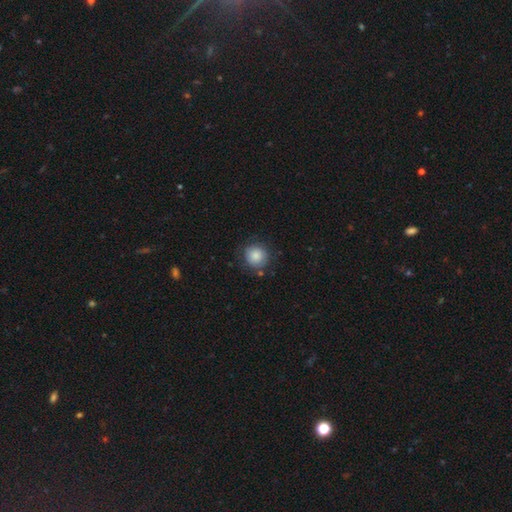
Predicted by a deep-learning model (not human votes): This is clearly a smooth galaxy (84%). How rounded: clearly round (93%). Merging: clearly none (81%).